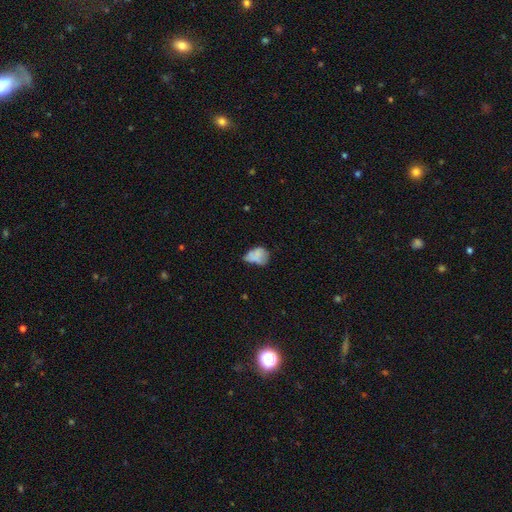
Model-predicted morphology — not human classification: The model was most divided on "merging": minor disturbance: 33%, none: 31%, major disturbance: 25%, merger: 10%. More confident: how rounded — in between (74%); smooth or featured — smooth (63%).